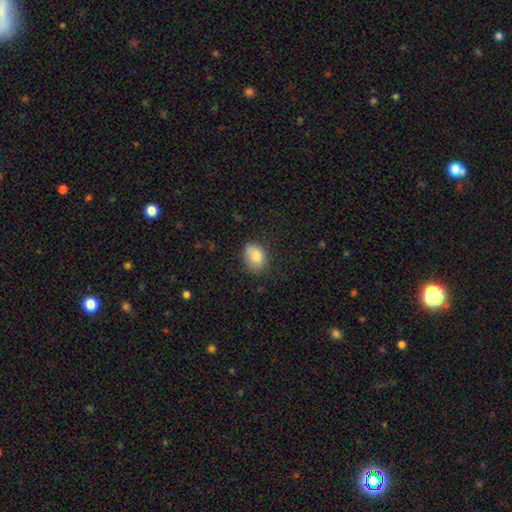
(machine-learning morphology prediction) Smooth or featured? Predicted: smooth (p=0.82). How rounded? Predicted: in between (p=0.66). Merging? Predicted: none (p=0.68).